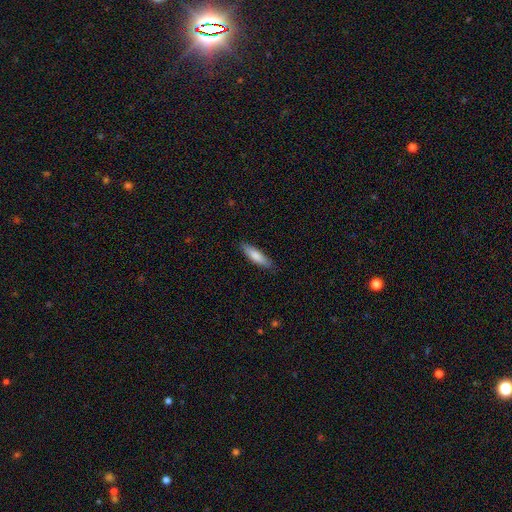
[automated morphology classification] smooth 80%, featured or disk 15%, star or artifact 5%. Down the decision tree: how rounded — cigar-shaped (67%); merging — none (85%).